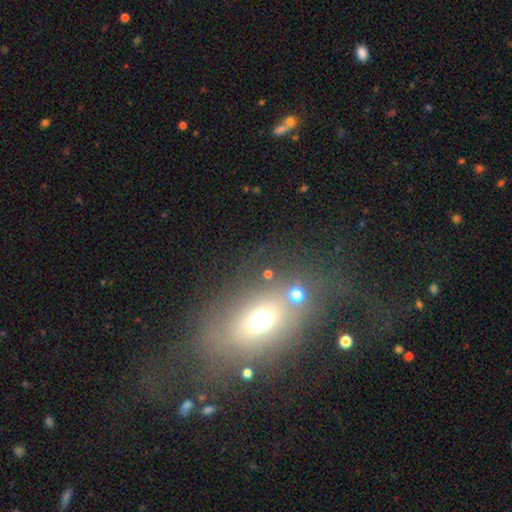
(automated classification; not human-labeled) A smooth galaxy with no disk features (51%) that is in between round and cigar-shaped (70%). Merging: none (50%).